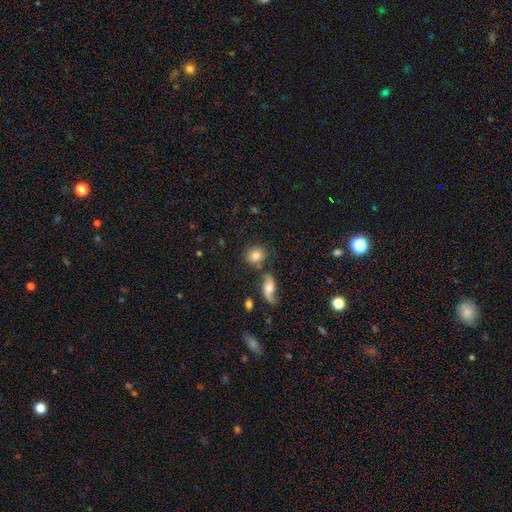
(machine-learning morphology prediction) Q: Smooth or featured?
A: smooth (78%); runner-up: featured or disk (13%)
Q: How rounded?
A: round (66%); runner-up: in between (32%)
Q: Merging?
A: none (67%); runner-up: merger (15%)